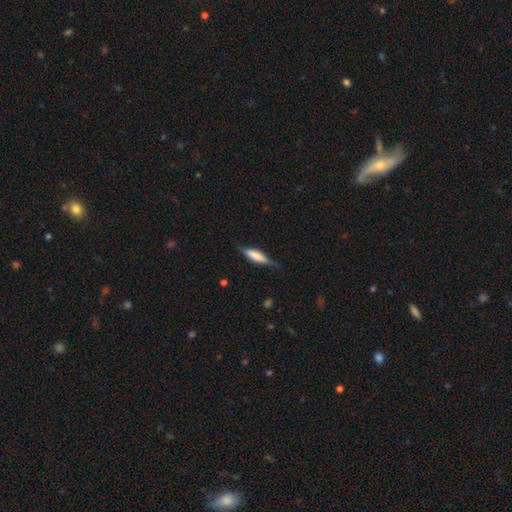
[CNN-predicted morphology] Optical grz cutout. It shows a smooth galaxy with no disk features (51%) that is cigar-shaped (69%). Merging: none (72%).